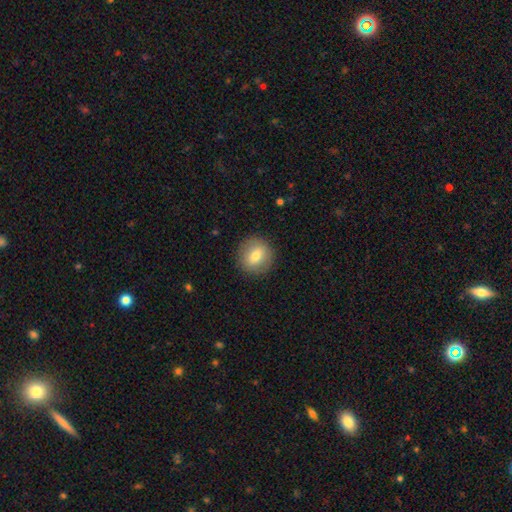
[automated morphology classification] Smooth or featured? smooth (72%)
How rounded? round (88%)
Merging? none (89%)